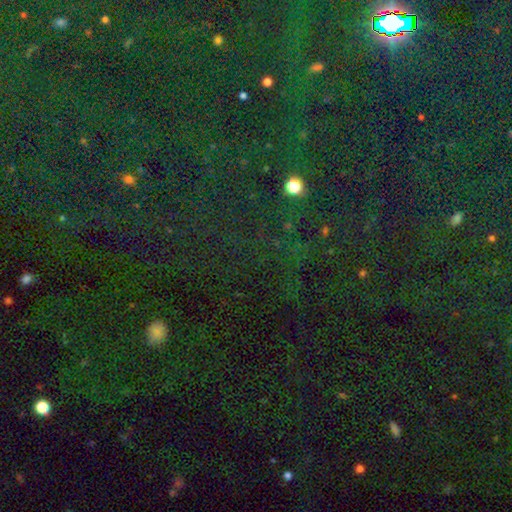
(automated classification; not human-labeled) Overall: star or artifact (78%).